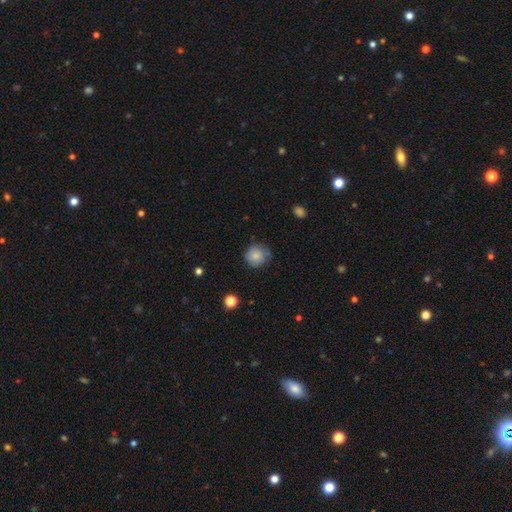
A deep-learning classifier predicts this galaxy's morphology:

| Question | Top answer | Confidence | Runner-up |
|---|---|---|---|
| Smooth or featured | smooth | 81% | featured or disk (11%) |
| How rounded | round | 90% | in between (9%) |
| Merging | none | 72% | minor disturbance (22%) |